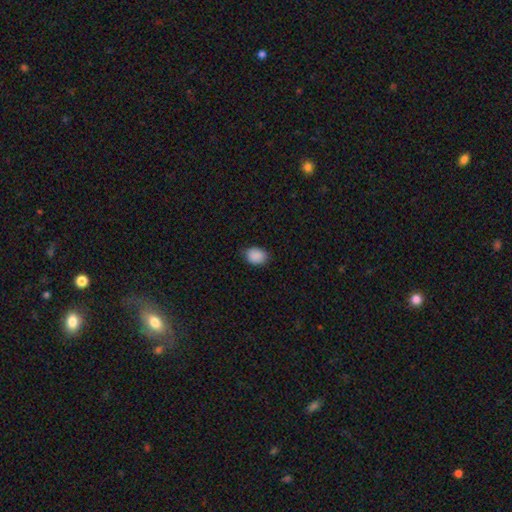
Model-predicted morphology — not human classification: A smooth galaxy with no disk features (89%) that is in between round and cigar-shaped (58%). Merging: none (78%).